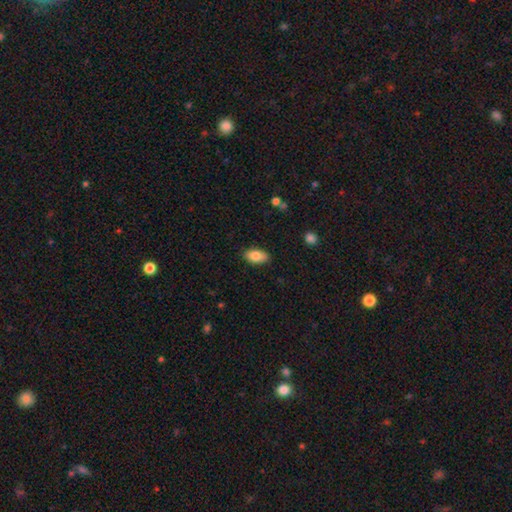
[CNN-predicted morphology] Smooth or featured?
  - smooth: 84% *
  - featured or disk: 9%
  - star or artifact: 7%
How rounded?
  - in between: 93% *
  - round: 4%
  - cigar-shaped: 3%
Merging?
  - none: 86% *
  - minor disturbance: 11%
  - major disturbance: 2%
  - merger: 1%